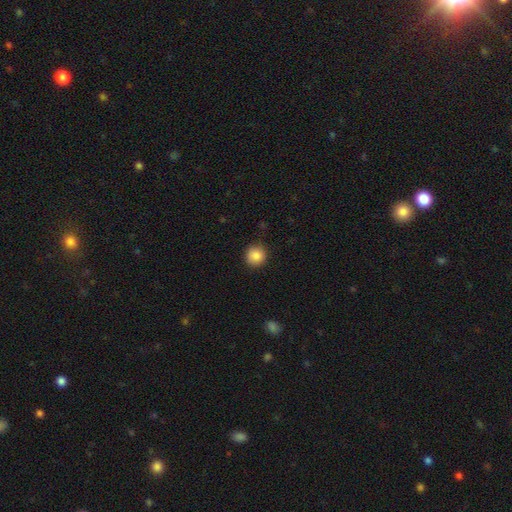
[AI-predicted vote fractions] Overall: smooth (86%). How rounded: round (91%). Merging: none (85%).